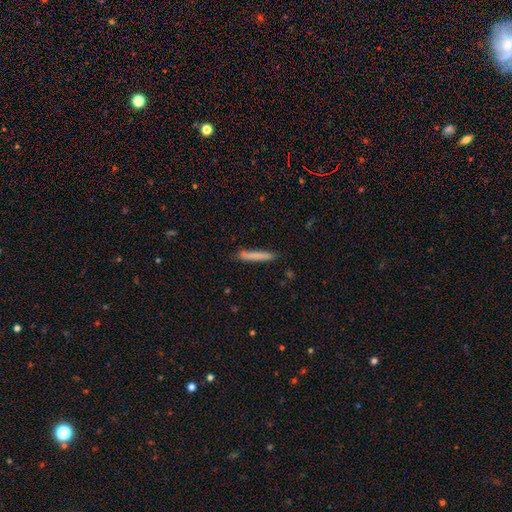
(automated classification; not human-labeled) Smooth or featured? smooth (79%)
How rounded? cigar-shaped (95%)
Merging? none (88%)